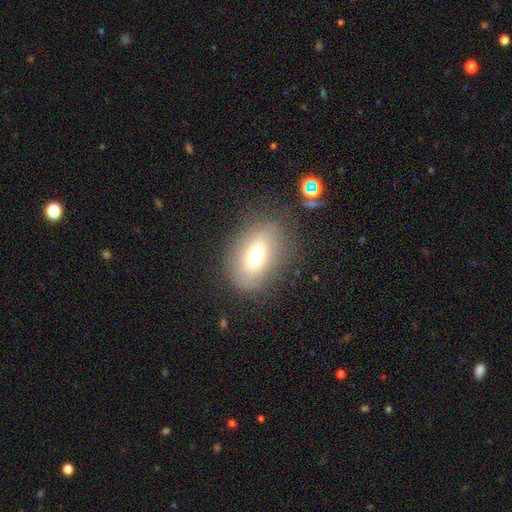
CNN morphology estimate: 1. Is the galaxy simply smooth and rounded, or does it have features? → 66% smooth, 21% featured or disk, 12% star or artifact.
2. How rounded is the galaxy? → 80% in between, 18% round, 2% cigar-shaped.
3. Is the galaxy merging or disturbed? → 76% none, 15% minor disturbance, 7% major disturbance, 3% merger.